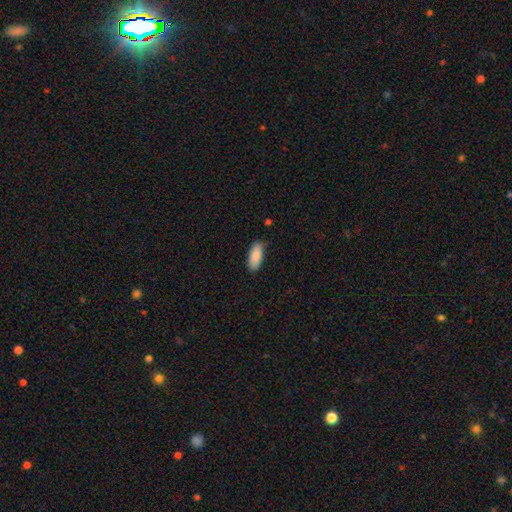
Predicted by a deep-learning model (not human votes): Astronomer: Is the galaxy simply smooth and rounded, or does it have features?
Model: smooth — 87%.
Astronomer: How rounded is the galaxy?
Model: in between — 84%.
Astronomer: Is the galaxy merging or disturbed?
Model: none — 85%.